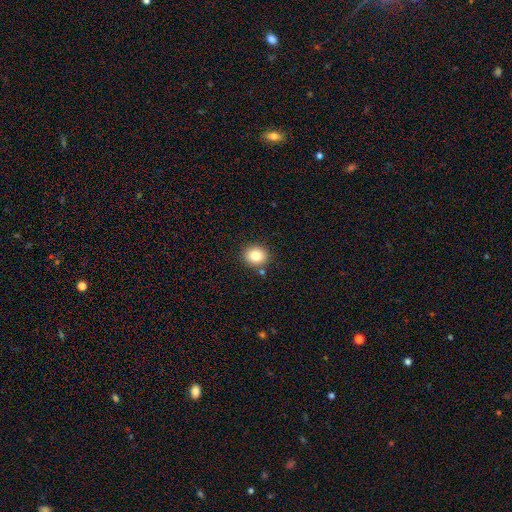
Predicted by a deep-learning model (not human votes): Smooth or featured? smooth (83%)
How rounded? round (72%)
Merging? none (85%)